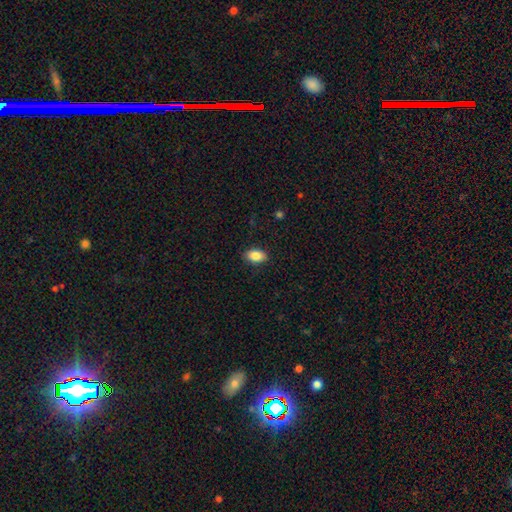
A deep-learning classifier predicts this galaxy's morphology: A smooth galaxy with no disk features (86%) that is in between round and cigar-shaped (90%). Merging: none (88%).